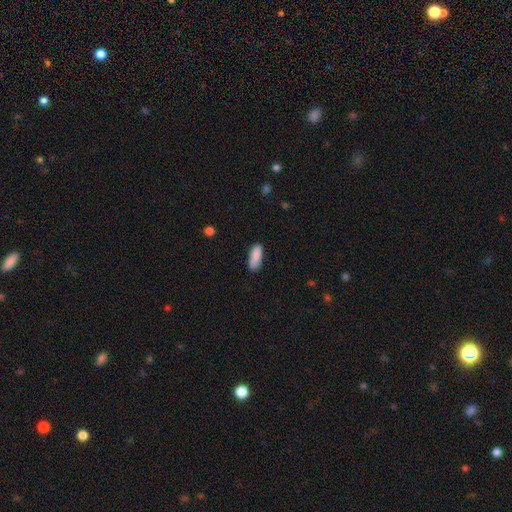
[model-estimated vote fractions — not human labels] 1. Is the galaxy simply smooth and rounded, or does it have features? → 88% smooth, 7% star or artifact, 5% featured or disk.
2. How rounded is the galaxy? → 60% in between, 38% cigar-shaped, 2% round.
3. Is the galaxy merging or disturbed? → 80% none, 15% minor disturbance, 3% major disturbance, 2% merger.